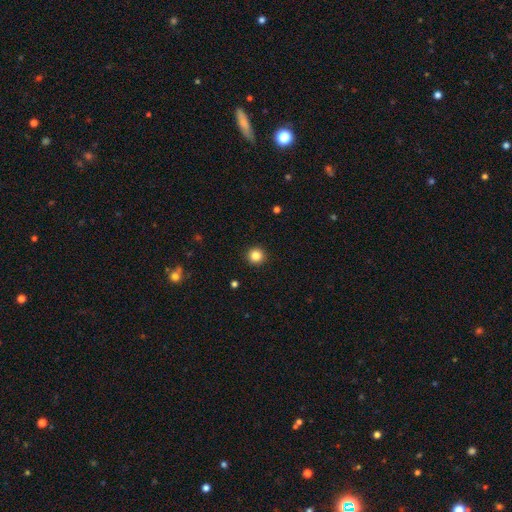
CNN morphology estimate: smooth-or-featured: smooth: 85% | star or artifact: 11% | featured or disk: 4%
  how-rounded: round: 95% | in between: 4% | cigar-shaped: 1%
  merging: none: 93% | minor disturbance: 4% | major disturbance: 2% | merger: 1%